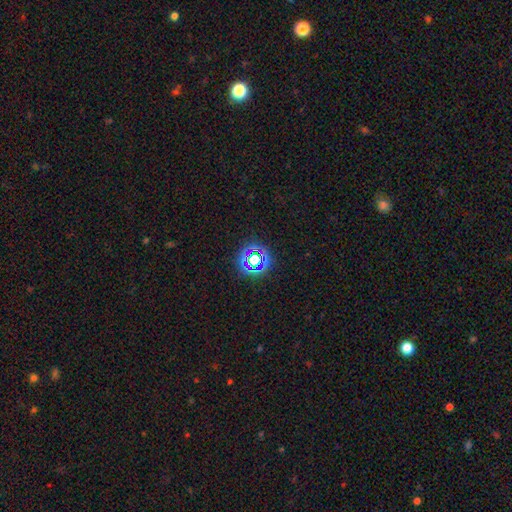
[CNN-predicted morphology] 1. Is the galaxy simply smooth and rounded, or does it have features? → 64% star or artifact, 24% smooth, 12% featured or disk.